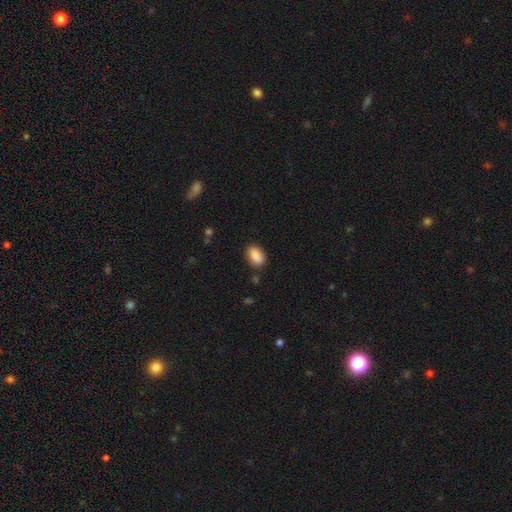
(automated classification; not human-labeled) Smooth or featured? Predicted: smooth (p=0.88). How rounded? Predicted: in between (p=0.88). Merging? Predicted: none (p=0.83).